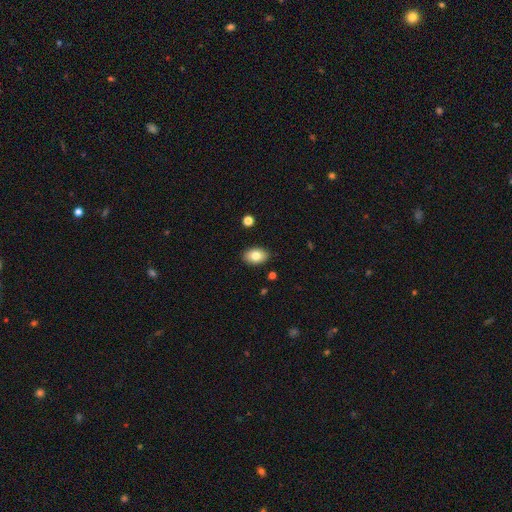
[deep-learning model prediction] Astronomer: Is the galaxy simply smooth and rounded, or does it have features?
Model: smooth — 81%.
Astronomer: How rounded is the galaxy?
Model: in between — 86%.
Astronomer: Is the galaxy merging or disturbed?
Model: none — 88%.